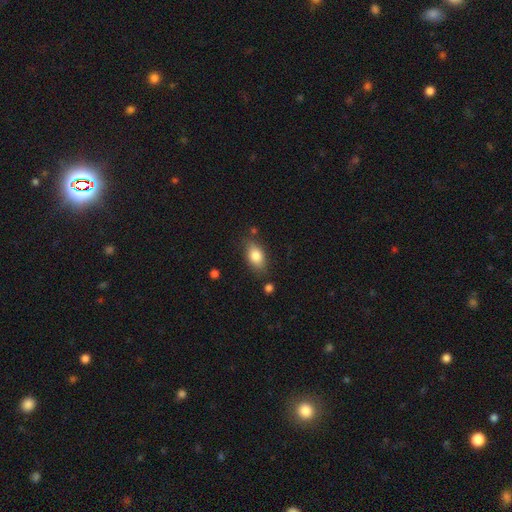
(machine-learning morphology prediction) Smooth or featured? smooth (81%)
How rounded? in between (87%)
Merging? none (77%)